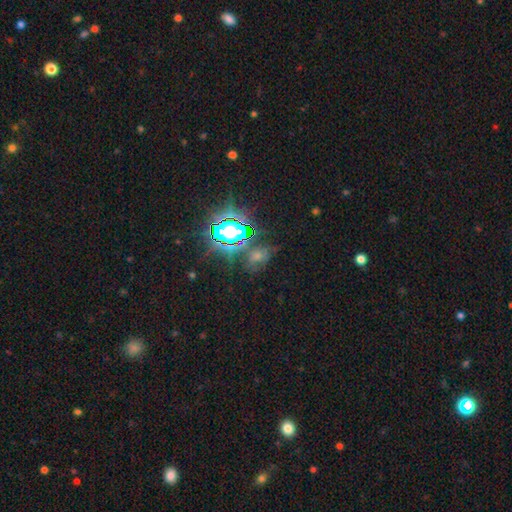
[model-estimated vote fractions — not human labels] A star or artifact, not a galaxy (64%).